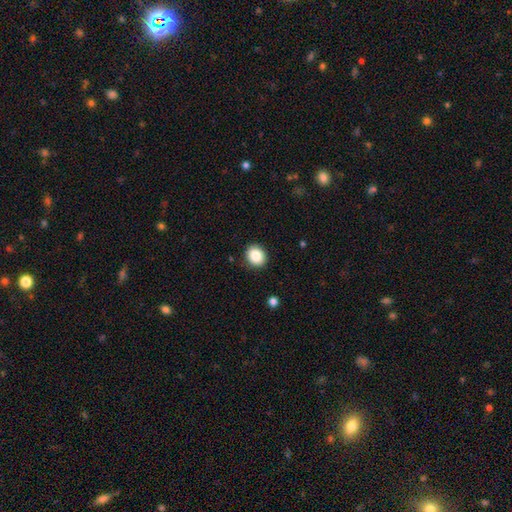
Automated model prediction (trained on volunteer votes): smooth_or_featured: smooth (p=0.86) [alt: star or artifact p=0.09]
how_rounded: round (p=0.63) [alt: in between p=0.37]
merging: none (p=0.89) [alt: minor disturbance p=0.08]